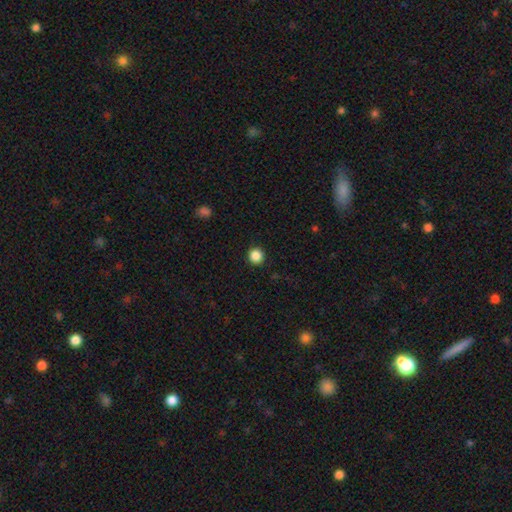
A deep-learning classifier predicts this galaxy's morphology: smooth 87%, star or artifact 11%, featured or disk 3%. Down the decision tree: how rounded — round (94%); merging — none (92%).